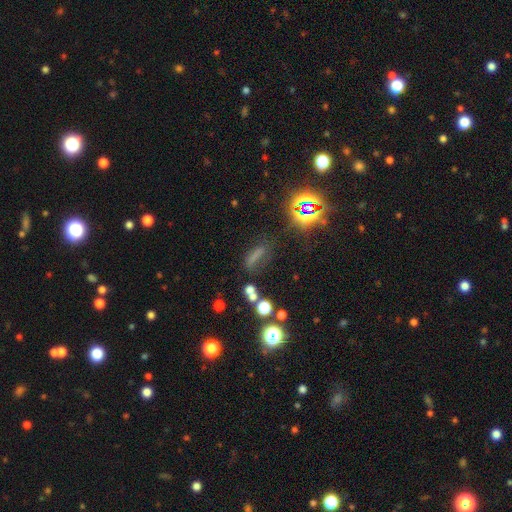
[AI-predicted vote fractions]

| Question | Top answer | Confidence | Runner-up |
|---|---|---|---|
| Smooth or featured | smooth | 50% | star or artifact (35%) |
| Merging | none | 57% | minor disturbance (20%) |